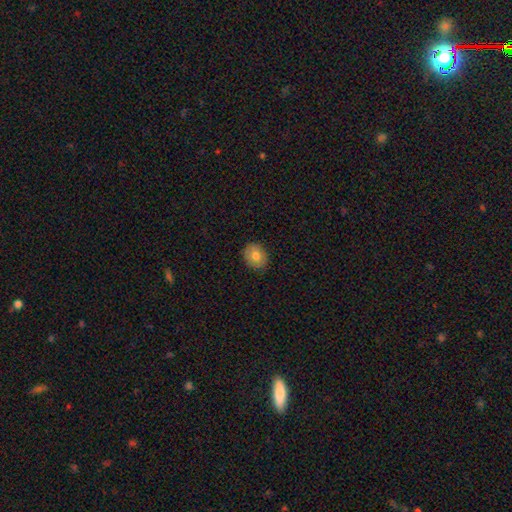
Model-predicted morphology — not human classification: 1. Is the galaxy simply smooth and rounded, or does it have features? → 77% smooth, 15% featured or disk, 9% star or artifact.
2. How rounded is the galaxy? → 61% round, 38% in between, 1% cigar-shaped.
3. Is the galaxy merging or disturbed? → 86% none, 11% minor disturbance, 2% major disturbance, 1% merger.